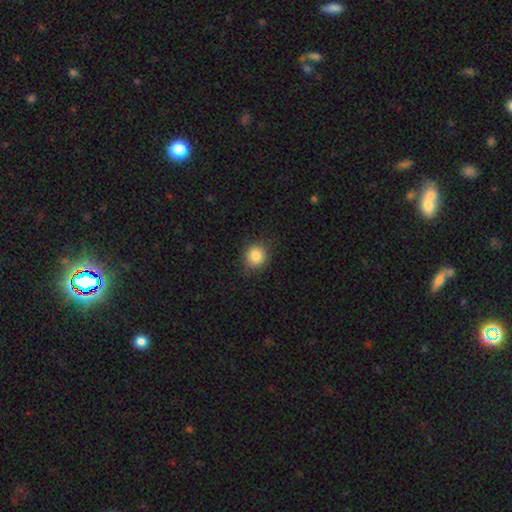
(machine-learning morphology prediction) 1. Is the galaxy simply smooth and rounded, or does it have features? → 85% smooth, 9% star or artifact, 5% featured or disk.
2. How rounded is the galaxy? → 85% round, 14% in between, 1% cigar-shaped.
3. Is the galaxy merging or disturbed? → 84% none, 12% minor disturbance, 3% major disturbance, 1% merger.